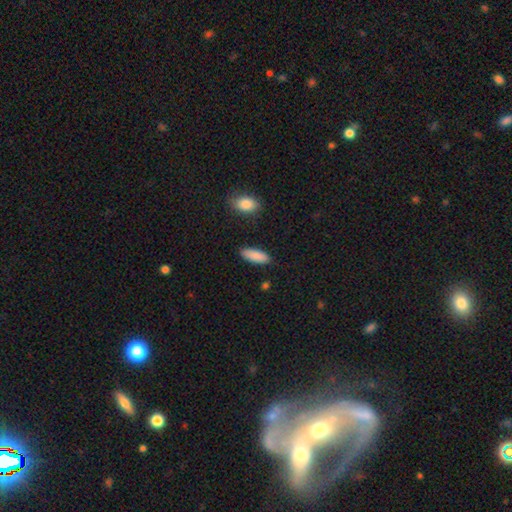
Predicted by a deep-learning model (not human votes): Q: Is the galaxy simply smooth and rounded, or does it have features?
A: smooth — 89%.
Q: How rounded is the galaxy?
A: in between — 72%.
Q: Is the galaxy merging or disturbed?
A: none — 87%.